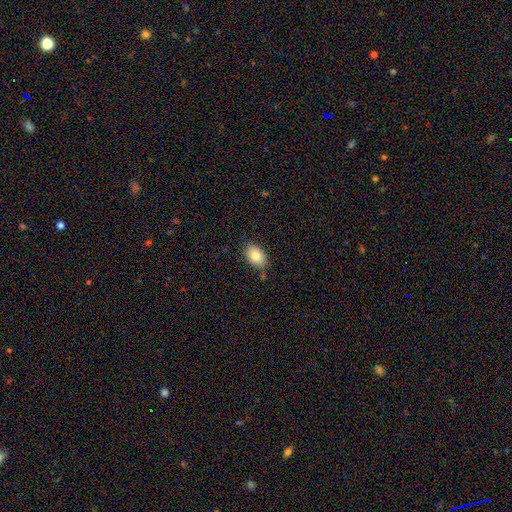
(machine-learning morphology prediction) smooth-or-featured: smooth: 83% | featured or disk: 9% | star or artifact: 8%
  how-rounded: in between: 87% | round: 12% | cigar-shaped: 1%
  merging: none: 77% | minor disturbance: 16% | merger: 3% | major disturbance: 3%